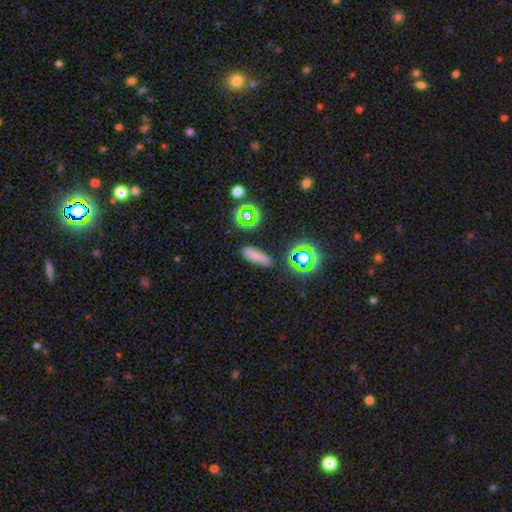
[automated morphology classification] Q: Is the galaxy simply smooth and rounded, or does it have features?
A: smooth — 70%.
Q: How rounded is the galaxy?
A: cigar-shaped — 63%.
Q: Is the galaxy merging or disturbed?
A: none — 79%.